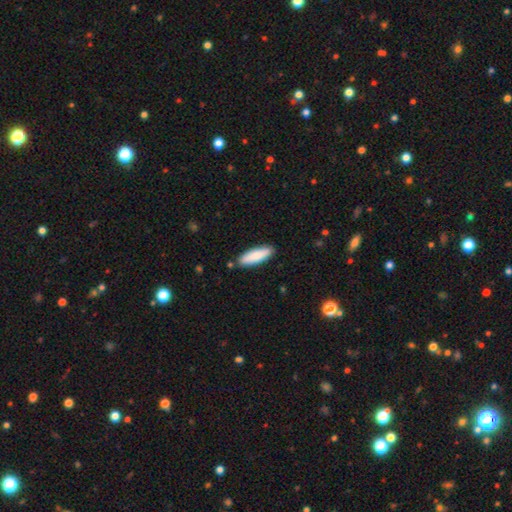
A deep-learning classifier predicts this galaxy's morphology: Smooth or featured? smooth (84%)
How rounded? in between (50%)
Merging? none (87%)